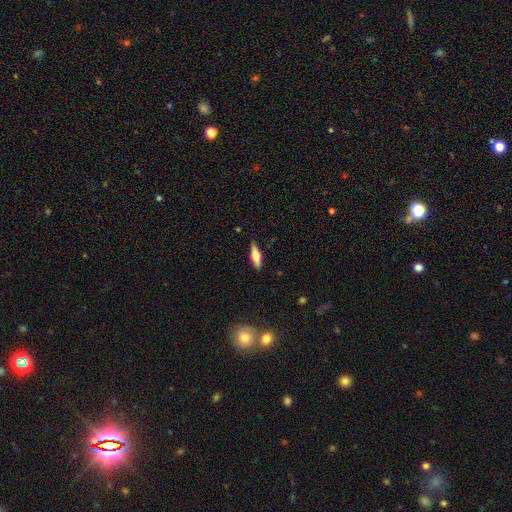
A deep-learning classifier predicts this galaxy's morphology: smooth-or-featured: smooth: 49% | featured or disk: 44% | star or artifact: 7%
  merging: none: 87% | minor disturbance: 10% | major disturbance: 2% | merger: 1%